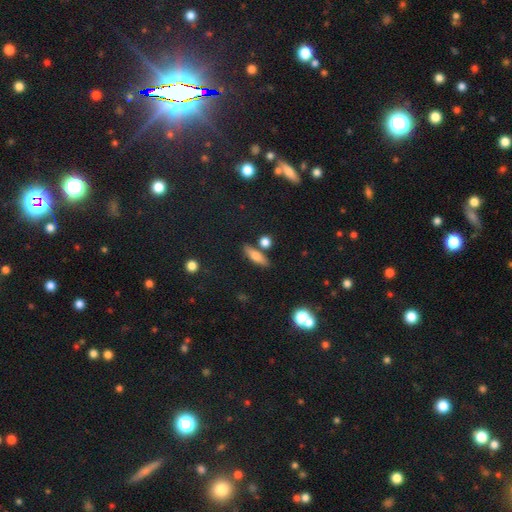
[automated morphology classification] smooth_or_featured: smooth (p=0.68) [alt: featured or disk p=0.22]
how_rounded: cigar-shaped (p=0.53) [alt: in between p=0.41]
merging: none (p=0.77) [alt: minor disturbance p=0.11]